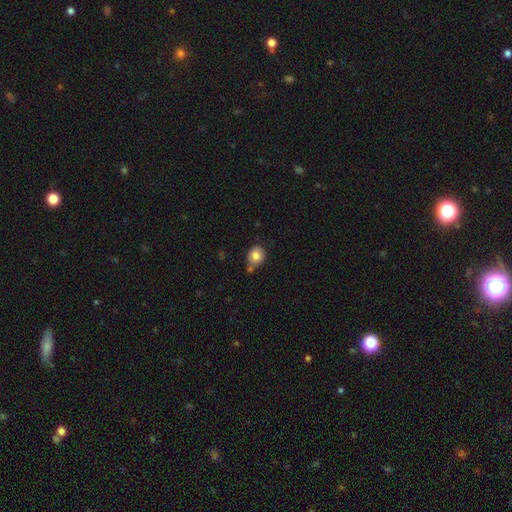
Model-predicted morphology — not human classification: This appears to be a smooth galaxy with no disk features (79%) that is round (67%). Merging: none (61%).